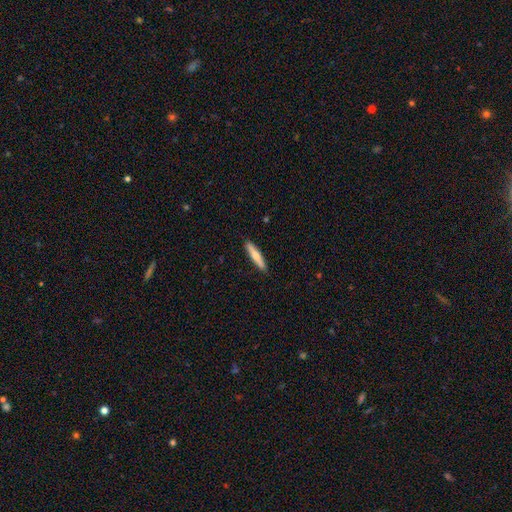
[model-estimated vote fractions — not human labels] The model was most divided on "smooth or featured": smooth: 59%, featured or disk: 36%, star or artifact: 5%. More confident: merging — none (90%); how rounded — cigar-shaped (89%).